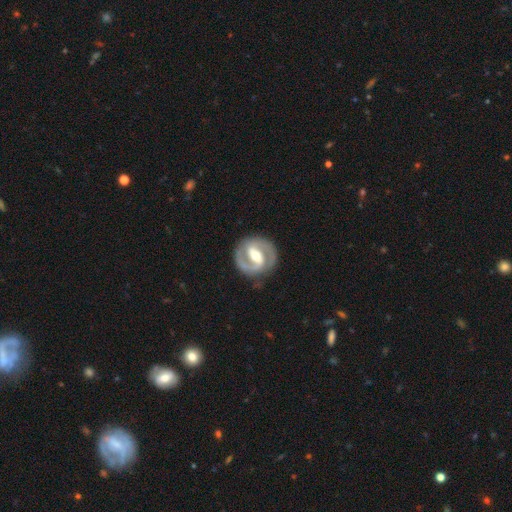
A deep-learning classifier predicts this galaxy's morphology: Smooth or featured? featured or disk (87%)
Edge-on disk? no (97%)
Bar? strong (50%)
Spiral arms? yes (93%)
Spiral winding? medium (48%)
Spiral arm count? 2 (91%)
Bulge size? moderate (69%)
Merging? none (85%)